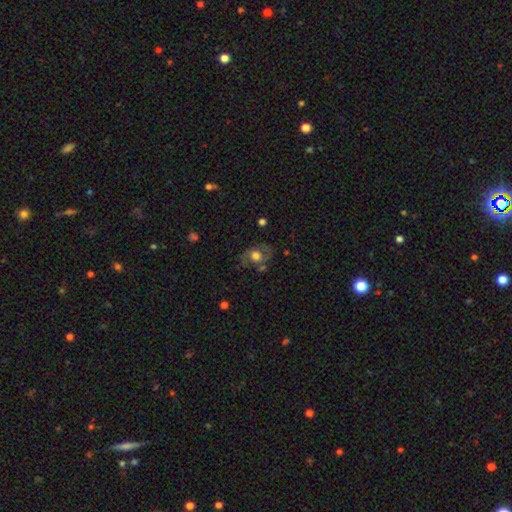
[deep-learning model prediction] Smooth or featured?
  - featured or disk: 49% *
  - smooth: 42%
  - star or artifact: 9%
Merging?
  - none: 63% *
  - minor disturbance: 21%
  - major disturbance: 11%
  - merger: 5%